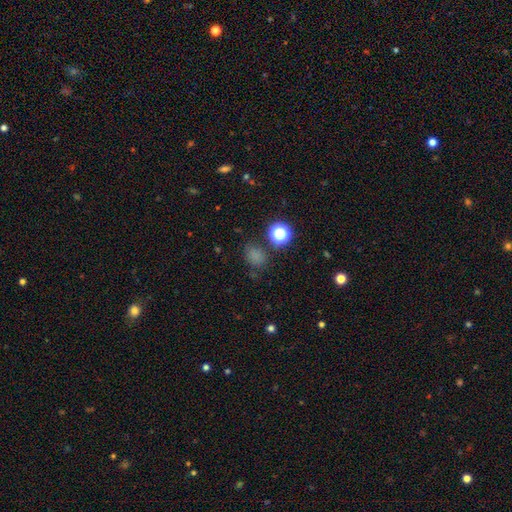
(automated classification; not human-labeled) Q: Smooth or featured?
A: smooth (70%); runner-up: star or artifact (24%)
Q: How rounded?
A: round (64%); runner-up: in between (35%)
Q: Merging?
A: none (73%); runner-up: minor disturbance (16%)